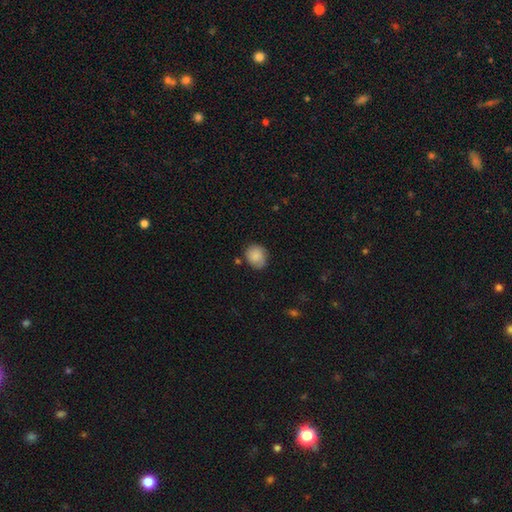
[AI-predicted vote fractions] Smooth or featured? Predicted: smooth (p=0.85). How rounded? Predicted: round (p=0.69). Merging? Predicted: none (p=0.69).